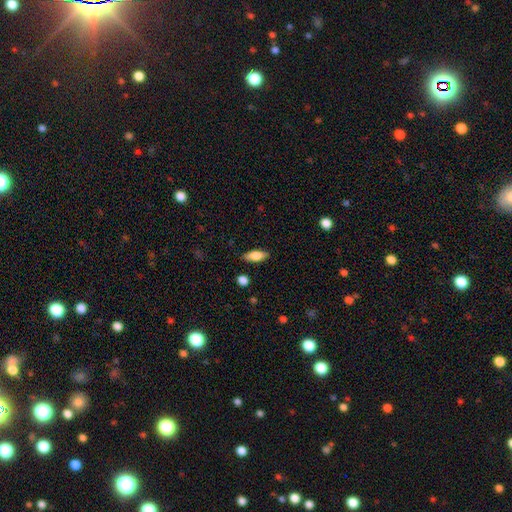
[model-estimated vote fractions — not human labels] The model was most divided on "how rounded": in between: 76%, cigar-shaped: 21%, round: 3%. More confident: merging — none (85%); smooth or featured — smooth (76%).